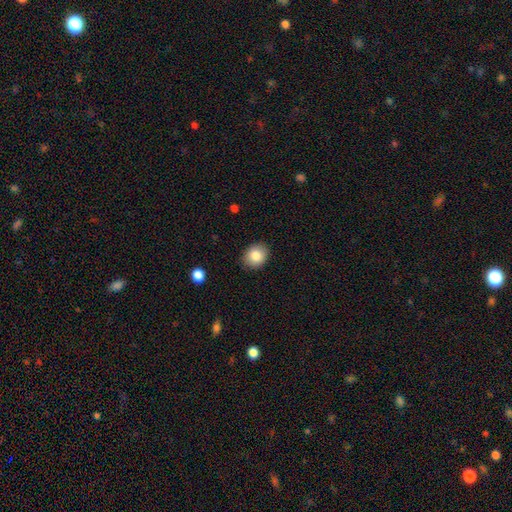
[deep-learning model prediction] This is clearly a smooth galaxy (84%). How rounded: possibly round (56%). Merging: clearly none (87%).